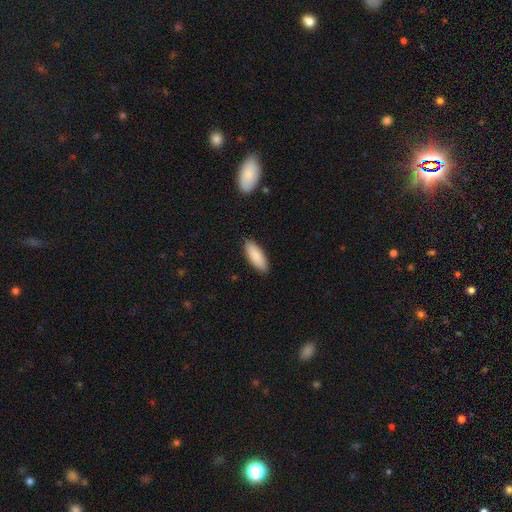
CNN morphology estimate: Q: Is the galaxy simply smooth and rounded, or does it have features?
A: smooth — 89%.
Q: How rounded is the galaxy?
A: in between — 71%.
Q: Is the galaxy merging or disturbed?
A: none — 88%.